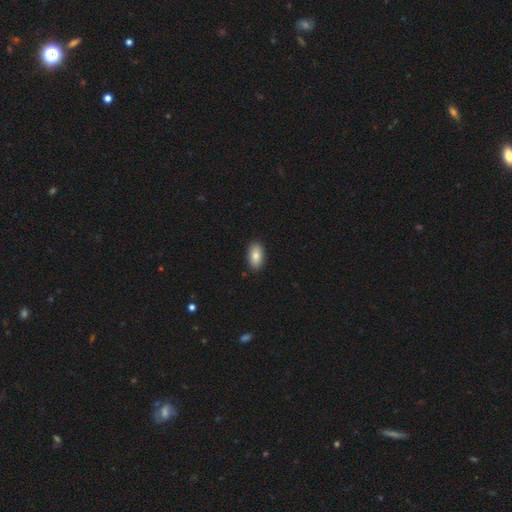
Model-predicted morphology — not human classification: This appears to be a smooth galaxy with no disk features (82%) that is in between round and cigar-shaped (93%). Merging: none (89%).